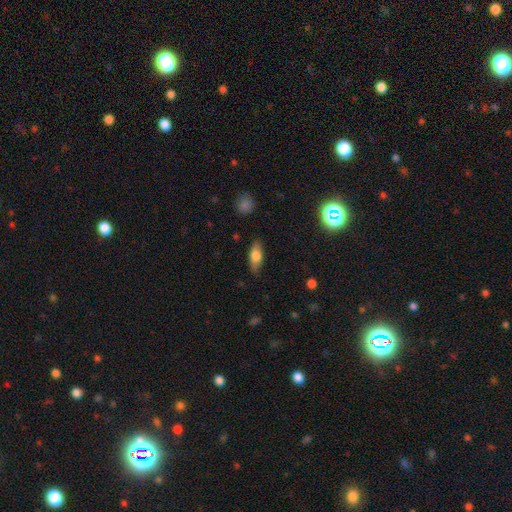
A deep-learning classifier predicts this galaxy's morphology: type=smooth (70%); roundness=in between (76%); merging=none (83%).